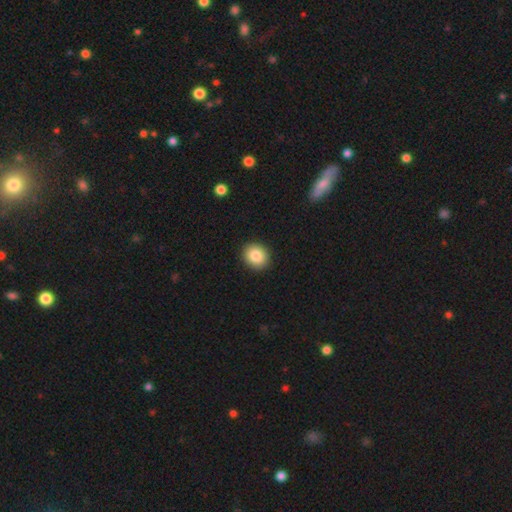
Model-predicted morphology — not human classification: The model was most divided on "how rounded": round: 75%, in between: 24%, cigar-shaped: 1%. More confident: merging — none (92%); smooth or featured — smooth (85%).